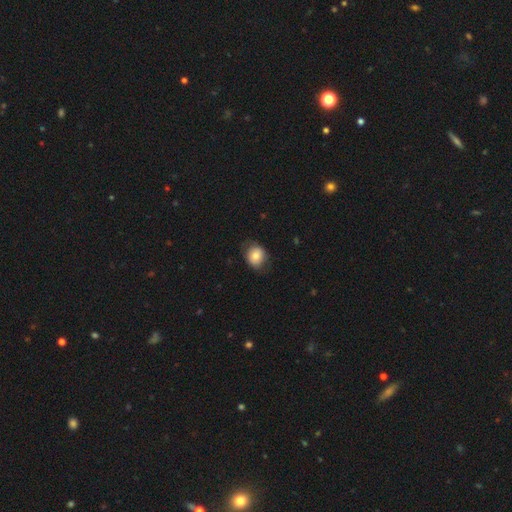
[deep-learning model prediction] Smooth or featured: smooth — 78% (featured or disk — 14%)
How rounded: round — 63% (in between — 36%)
Merging: none — 72% (minor disturbance — 20%)